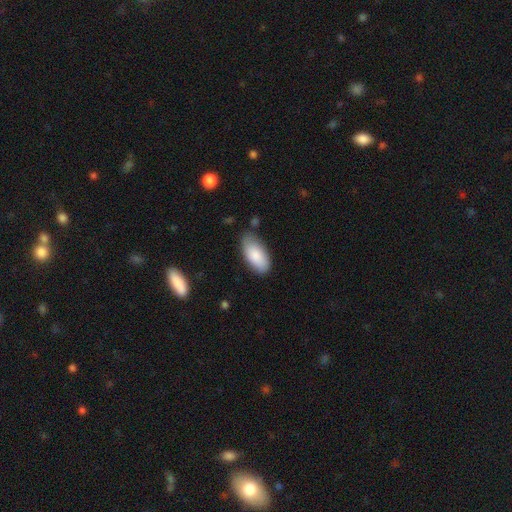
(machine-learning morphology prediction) The model was most divided on "merging": none: 75%, minor disturbance: 18%, major disturbance: 4%, merger: 3%. More confident: how rounded — in between (92%); smooth or featured — smooth (85%).